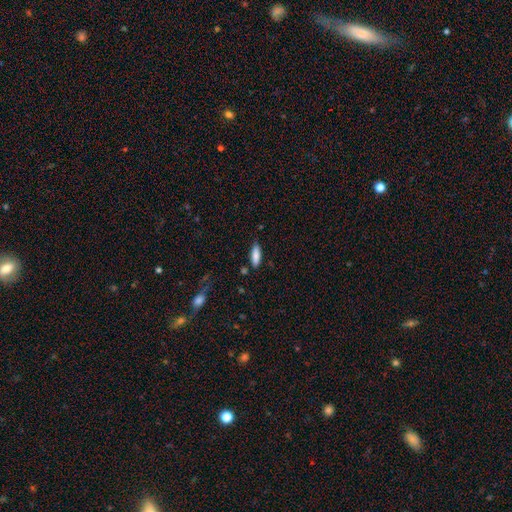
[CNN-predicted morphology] A smooth galaxy with no disk features (84%) that is in between round and cigar-shaped (50%). Merging: none (79%).